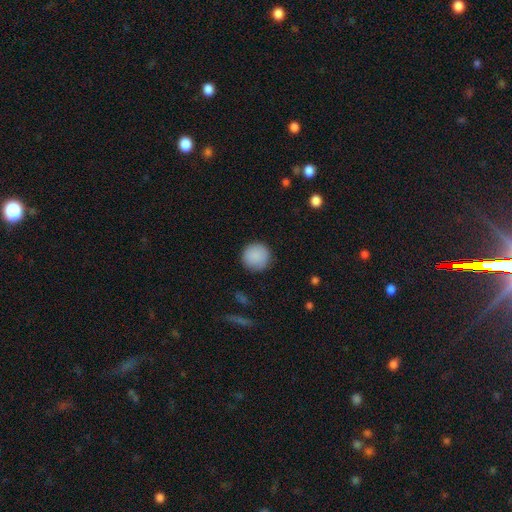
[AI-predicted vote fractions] smooth_or_featured: smooth (p=0.89) [alt: star or artifact p=0.07]
how_rounded: round (p=0.95) [alt: in between p=0.04]
merging: none (p=0.89) [alt: minor disturbance p=0.07]